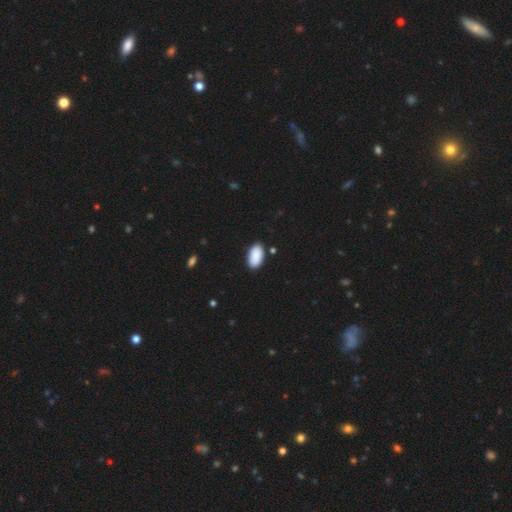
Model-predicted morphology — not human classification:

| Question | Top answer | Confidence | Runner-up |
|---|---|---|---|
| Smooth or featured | smooth | 90% | star or artifact (6%) |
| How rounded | in between | 95% | round (3%) |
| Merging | none | 86% | minor disturbance (10%) |